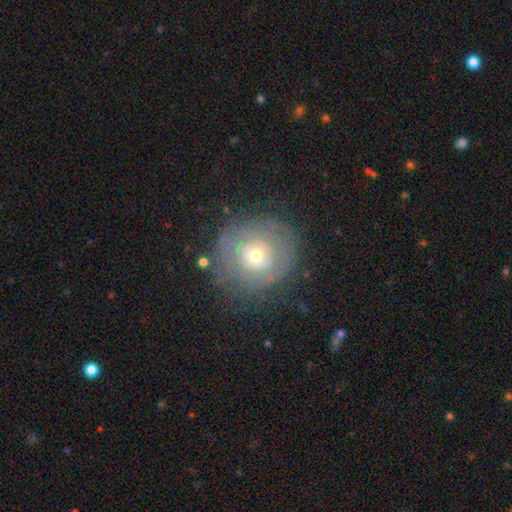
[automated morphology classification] smooth_or_featured: featured or disk (p=0.54) [alt: smooth p=0.37]
disk_edge_on: no (p=0.96) [alt: yes p=0.04]
bar: no (p=0.83) [alt: weak p=0.13]
has_spiral_arms: no (p=0.60) [alt: yes p=0.40]
bulge_size: small (p=0.50) [alt: moderate p=0.45]
merging: none (p=0.75) [alt: minor disturbance p=0.15]